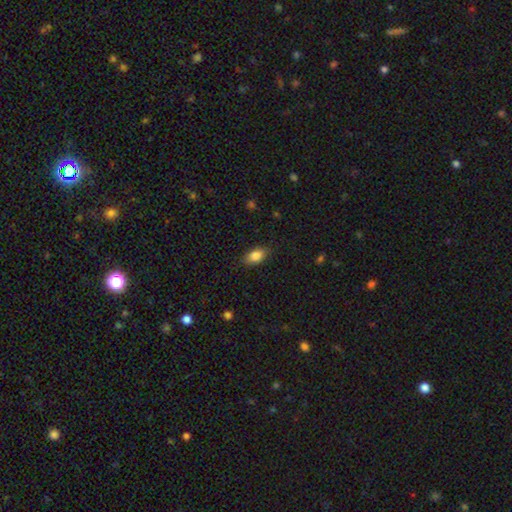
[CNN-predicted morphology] smooth_or_featured: smooth (p=0.85) [alt: star or artifact p=0.08]
how_rounded: in between (p=0.89) [alt: round p=0.08]
merging: none (p=0.84) [alt: minor disturbance p=0.12]